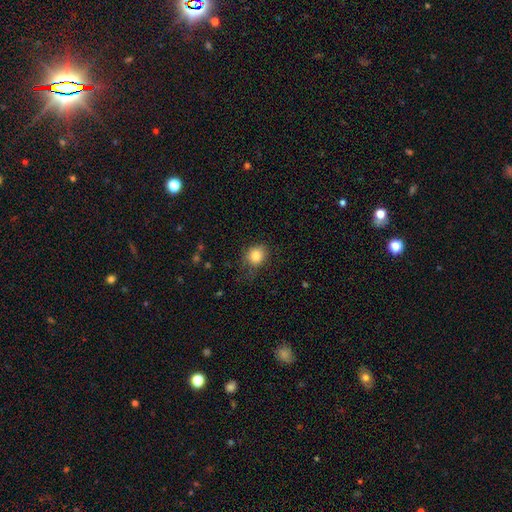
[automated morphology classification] A smooth galaxy with no disk features (84%) that is round (71%).

Vote fractions:
- Smooth or featured? smooth: 84% / star or artifact: 10% / featured or disk: 6%
- How rounded? round: 71% / in between: 28% / cigar-shaped: 1%
- Merging? none: 69% / minor disturbance: 22% / major disturbance: 7% / merger: 1%